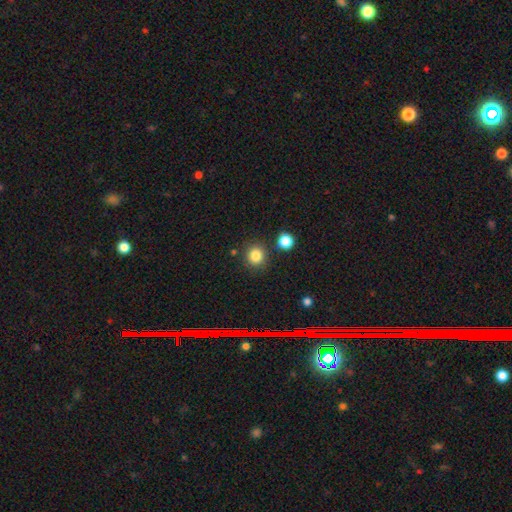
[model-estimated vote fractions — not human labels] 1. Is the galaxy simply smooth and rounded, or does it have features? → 83% smooth, 12% star or artifact, 5% featured or disk.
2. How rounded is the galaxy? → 89% round, 10% in between, 1% cigar-shaped.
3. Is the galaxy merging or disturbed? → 84% none, 8% minor disturbance, 5% merger, 3% major disturbance.